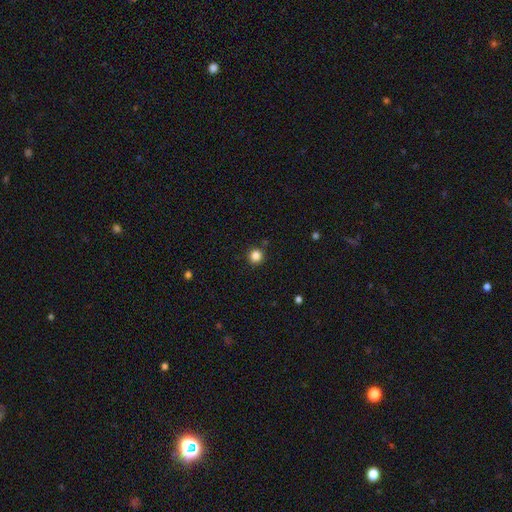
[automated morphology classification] type=smooth (84%); roundness=round (95%); merging=none (90%).